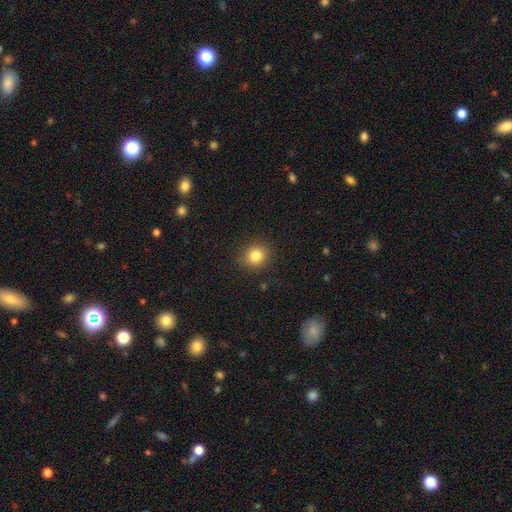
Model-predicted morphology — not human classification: smooth-or-featured: smooth: 83% | star or artifact: 11% | featured or disk: 6%
  how-rounded: round: 85% | in between: 14% | cigar-shaped: 1%
  merging: none: 89% | minor disturbance: 8% | major disturbance: 3% | merger: 1%